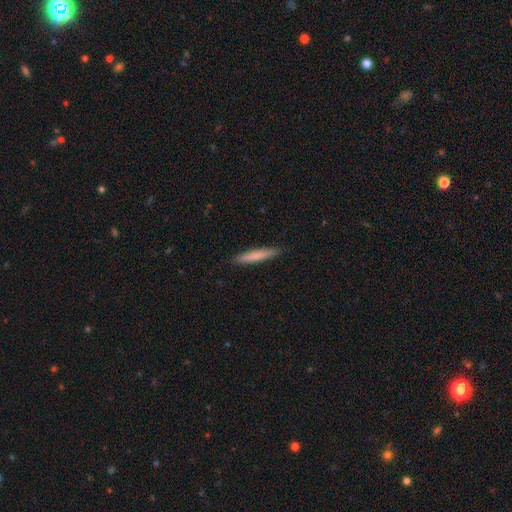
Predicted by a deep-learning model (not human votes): Smooth or featured? Predicted: smooth (p=0.75). How rounded? Predicted: cigar-shaped (p=0.94). Merging? Predicted: none (p=0.90).